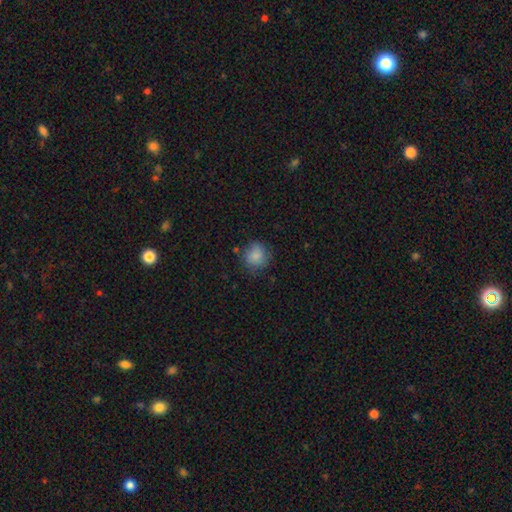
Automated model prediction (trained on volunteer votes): A smooth galaxy with no disk features (83%) that is round (86%).

Vote fractions:
- Smooth or featured? smooth: 83% / star or artifact: 9% / featured or disk: 8%
- How rounded? round: 86% / in between: 13% / cigar-shaped: 1%
- Merging? none: 73% / minor disturbance: 19% / major disturbance: 6% / merger: 2%